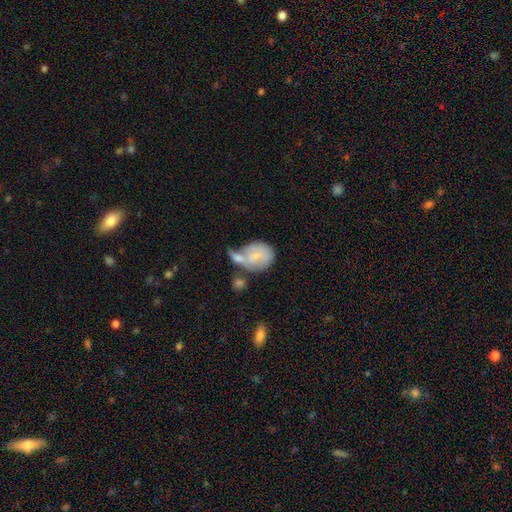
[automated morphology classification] Smooth or featured: smooth — 64% (featured or disk — 29%)
How rounded: round — 55% (in between — 44%)
Merging: merger — 41% (none — 24%)